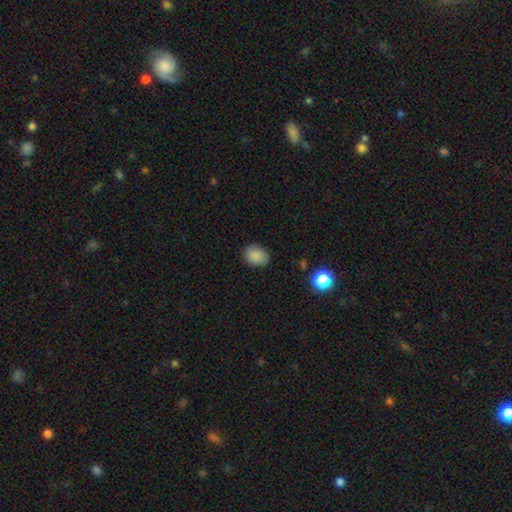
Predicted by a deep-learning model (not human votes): smooth 87%, star or artifact 9%, featured or disk 4%. Down the decision tree: how rounded — in between (61%); merging — none (85%).